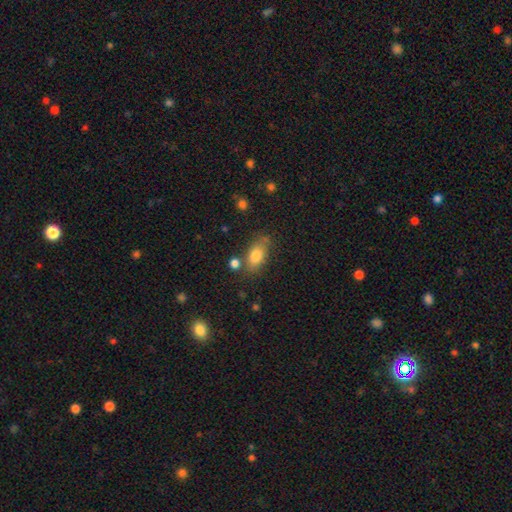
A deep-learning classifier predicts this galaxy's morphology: A smooth galaxy with no disk features (80%) that is in between round and cigar-shaped (84%).

Vote fractions:
- Smooth or featured? smooth: 80% / featured or disk: 11% / star or artifact: 9%
- How rounded? in between: 84% / round: 11% / cigar-shaped: 6%
- Merging? none: 63% / minor disturbance: 19% / merger: 10% / major disturbance: 7%